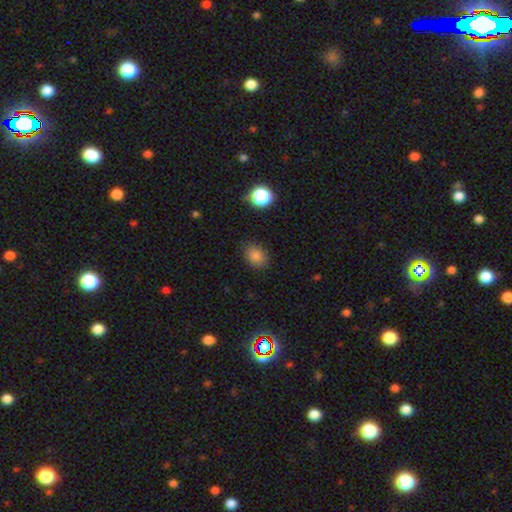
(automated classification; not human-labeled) smooth_or_featured: smooth (p=0.83) [alt: star or artifact p=0.12]
how_rounded: in between (p=0.60) [alt: round p=0.39]
merging: none (p=0.82) [alt: minor disturbance p=0.13]